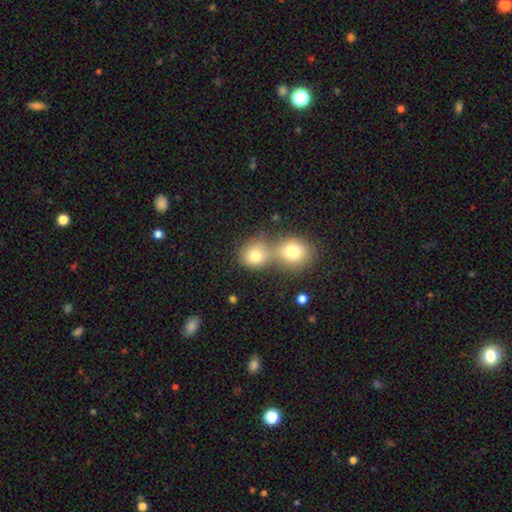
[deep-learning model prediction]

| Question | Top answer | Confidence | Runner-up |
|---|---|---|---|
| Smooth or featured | smooth | 78% | star or artifact (12%) |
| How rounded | round | 82% | in between (17%) |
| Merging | merger | 53% | none (37%) |